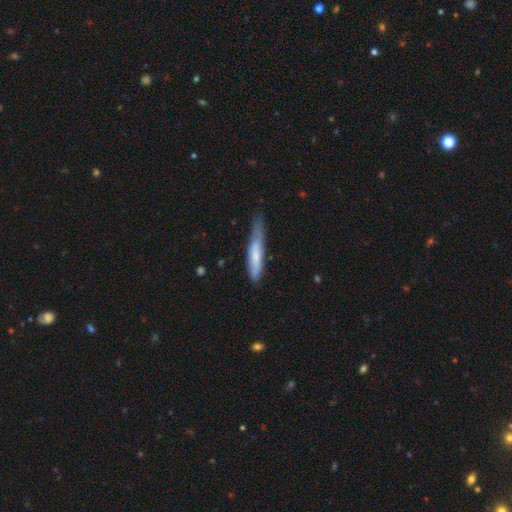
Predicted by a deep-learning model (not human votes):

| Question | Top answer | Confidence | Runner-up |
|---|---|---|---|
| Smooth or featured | smooth | 61% | featured or disk (33%) |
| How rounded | cigar-shaped | 87% | in between (12%) |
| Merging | none | 51% | minor disturbance (36%) |